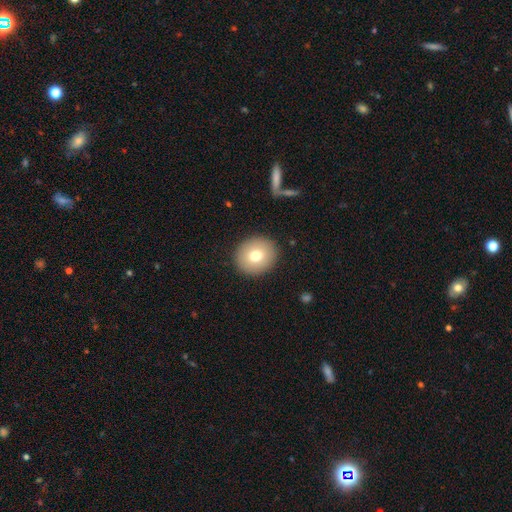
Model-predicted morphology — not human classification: A smooth galaxy with no disk features (74%) that is round (85%).

Vote fractions:
- Smooth or featured? smooth: 74% / featured or disk: 16% / star or artifact: 10%
- How rounded? round: 85% / in between: 14% / cigar-shaped: 1%
- Merging? none: 91% / minor disturbance: 6% / major disturbance: 2% / merger: 1%